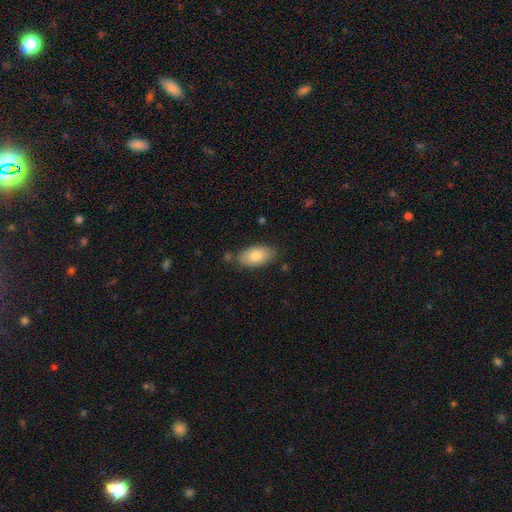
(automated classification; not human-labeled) Morphology: type=smooth (79%); roundness=in between (93%); merging=none (77%).